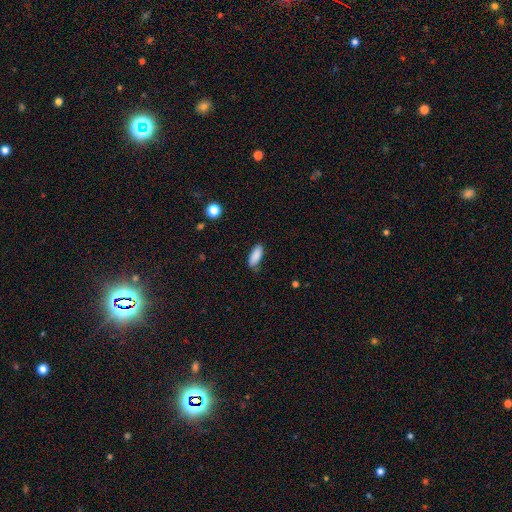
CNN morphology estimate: A smooth galaxy with no disk features (88%) that is in between round and cigar-shaped (78%).

Vote fractions:
- Smooth or featured? smooth: 88% / star or artifact: 7% / featured or disk: 5%
- How rounded? in between: 78% / cigar-shaped: 20% / round: 2%
- Merging? none: 76% / minor disturbance: 19% / major disturbance: 4% / merger: 2%